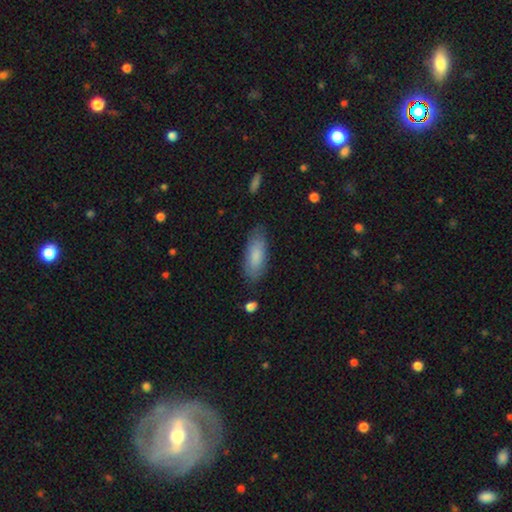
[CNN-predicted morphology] Overall: smooth (82%). How rounded: in between (76%). Merging: none (80%).